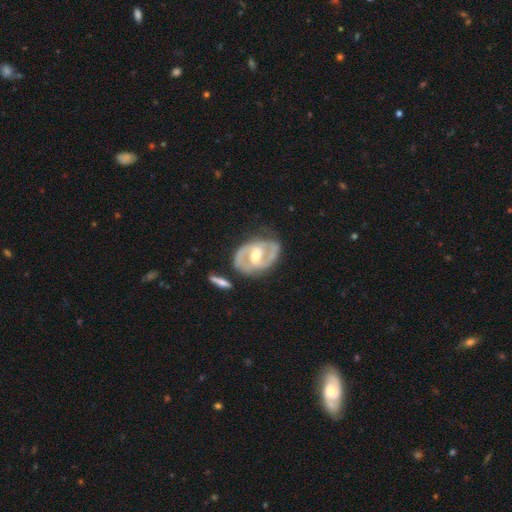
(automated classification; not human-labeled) smooth-or-featured: featured or disk: 87% | smooth: 9% | star or artifact: 4%
  disk-edge-on: no: 97% | yes: 3%
    bar: weak: 44% | strong: 34% | no: 22%
    has-spiral-arms: yes: 92% | no: 8%
      spiral-winding: medium: 50% | tight: 36% | loose: 13%
      spiral-arm-count: 2: 88% | can't tell: 6% | 3: 2% | 1: 2% | 4: 1% | more than 4: 1%
    bulge-size: moderate: 67% | small: 28% | large: 3% | none: 1% | dominant: 1%
  merging: none: 72% | minor disturbance: 18% | major disturbance: 6% | merger: 4%